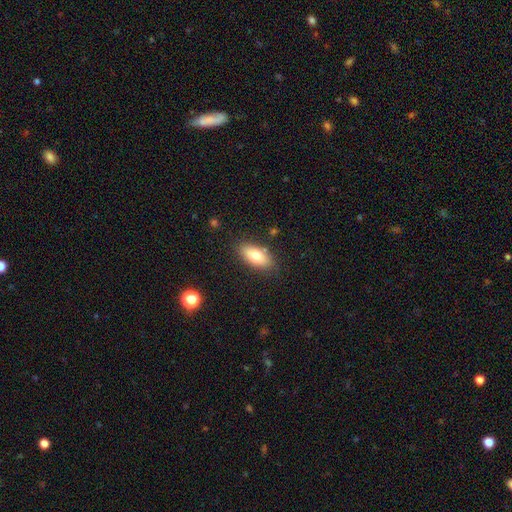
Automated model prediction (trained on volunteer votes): Smooth or featured? Predicted: smooth (p=0.75). How rounded? Predicted: in between (p=0.88). Merging? Predicted: none (p=0.83).